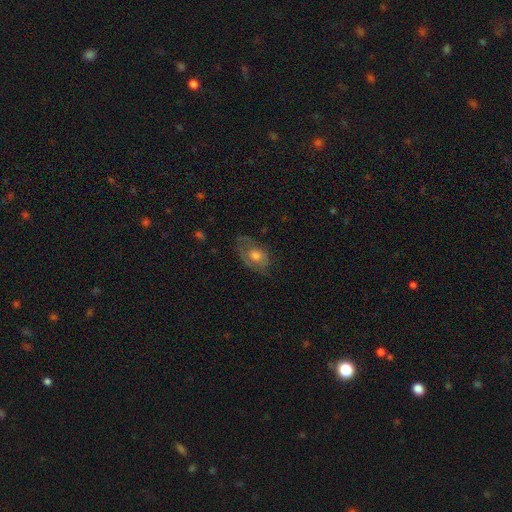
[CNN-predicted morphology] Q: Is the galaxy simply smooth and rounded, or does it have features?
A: featured or disk — 47%.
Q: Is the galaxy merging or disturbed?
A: none — 57%.